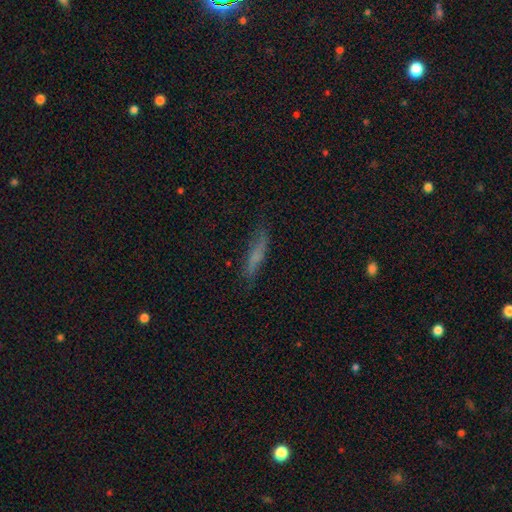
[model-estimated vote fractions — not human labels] Morphology: type=smooth (60%); roundness=cigar-shaped (81%); merging=none (72%).